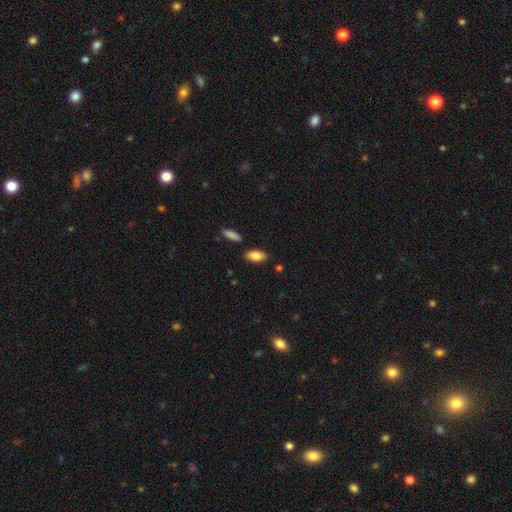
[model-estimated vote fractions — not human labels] Morphology: type=smooth (86%); roundness=in between (91%); merging=none (84%).